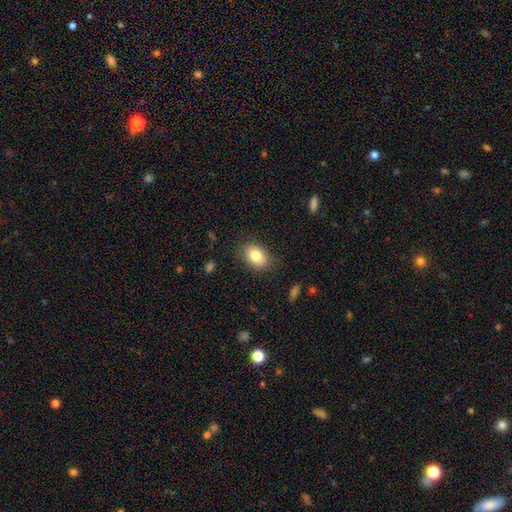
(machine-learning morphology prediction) Smooth or featured: smooth — 81% (featured or disk — 10%)
How rounded: in between — 77% (round — 22%)
Merging: none — 83% (minor disturbance — 13%)